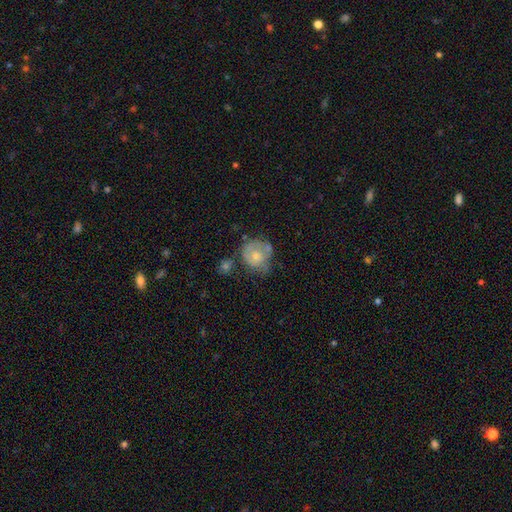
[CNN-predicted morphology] Smooth or featured: smooth — 53% (featured or disk — 40%)
How rounded: round — 73% (in between — 26%)
Merging: none — 38% (minor disturbance — 31%)